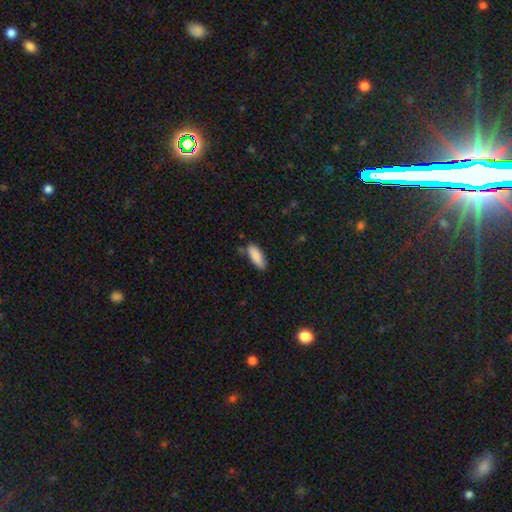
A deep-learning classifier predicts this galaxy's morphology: The model was most divided on "how rounded": in between: 67%, cigar-shaped: 31%, round: 2%. More confident: smooth or featured — smooth (87%); merging — none (74%).